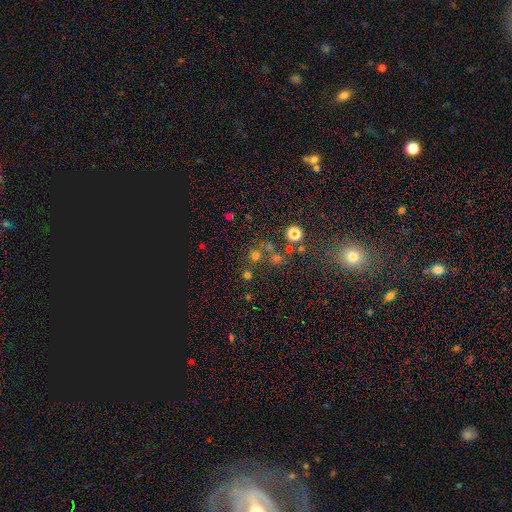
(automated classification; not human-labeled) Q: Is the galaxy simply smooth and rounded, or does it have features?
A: smooth — 57%.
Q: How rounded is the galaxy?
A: round — 90%.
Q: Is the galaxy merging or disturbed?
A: none — 68%.